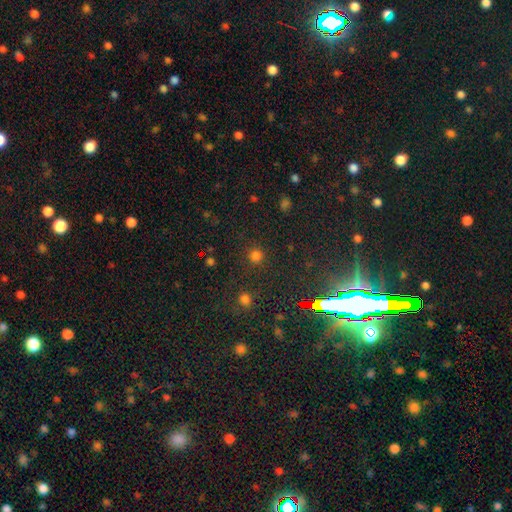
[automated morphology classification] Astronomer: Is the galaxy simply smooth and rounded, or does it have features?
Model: smooth — 73%.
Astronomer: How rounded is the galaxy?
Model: round — 93%.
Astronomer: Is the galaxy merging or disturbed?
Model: none — 86%.